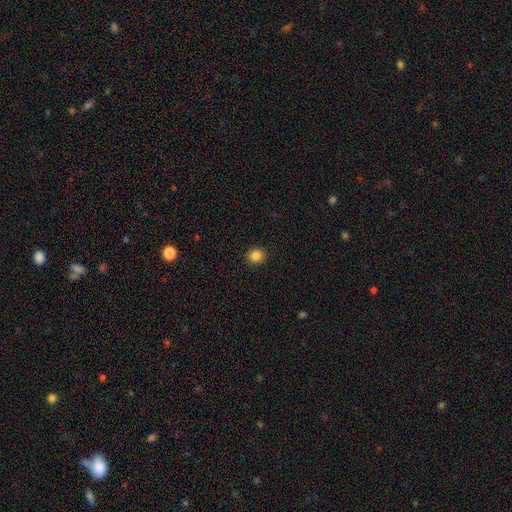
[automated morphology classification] The model was most divided on "how rounded": round: 81%, in between: 18%, cigar-shaped: 1%. More confident: merging — none (92%); smooth or featured — smooth (86%).